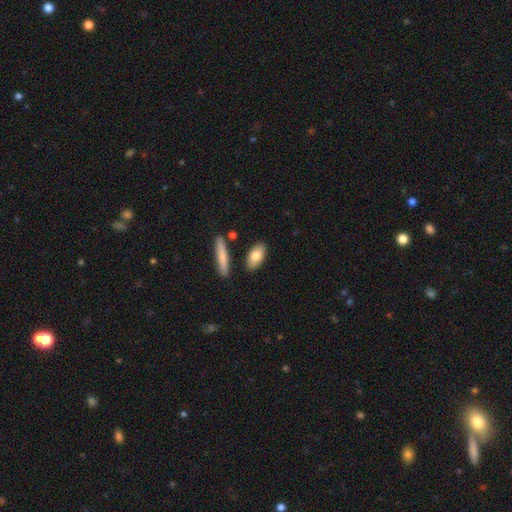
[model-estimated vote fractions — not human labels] smooth-or-featured: smooth: 80% | featured or disk: 15% | star or artifact: 6%
  how-rounded: in between: 85% | cigar-shaped: 12% | round: 4%
  merging: none: 83% | minor disturbance: 10% | merger: 5% | major disturbance: 2%